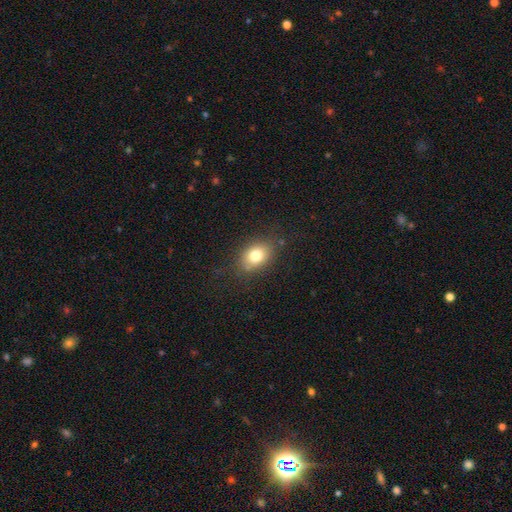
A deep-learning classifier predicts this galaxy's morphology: Overall: smooth (78%). How rounded: in between (69%; round 29%). Merging: none (80%).